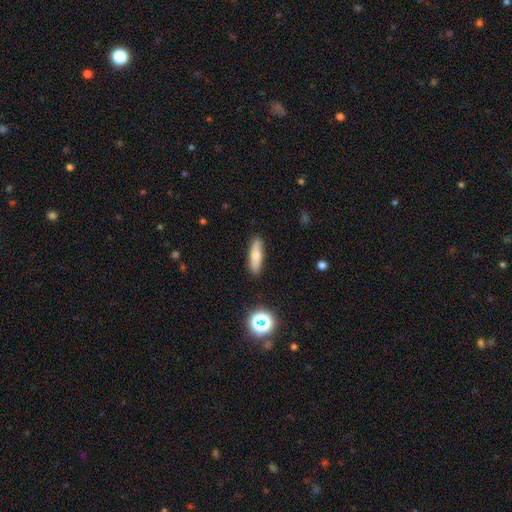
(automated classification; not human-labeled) A smooth galaxy with no disk features (66%) that is cigar-shaped (66%).

Vote fractions:
- Smooth or featured? smooth: 66% / featured or disk: 26% / star or artifact: 8%
- How rounded? cigar-shaped: 66% / in between: 32% / round: 3%
- Merging? none: 87% / minor disturbance: 9% / major disturbance: 2% / merger: 2%